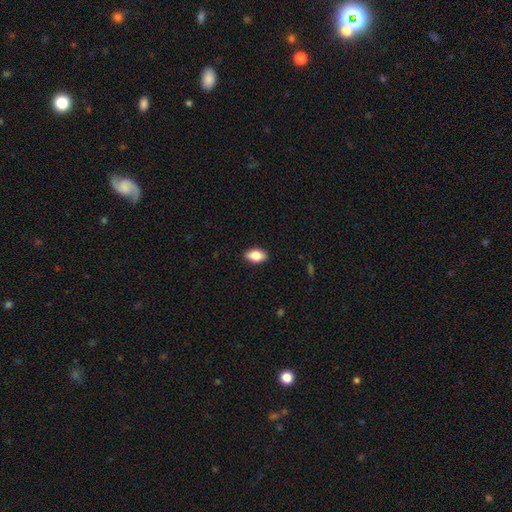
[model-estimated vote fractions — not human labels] This is clearly a smooth galaxy (80%). How rounded: clearly in between (88%). Merging: clearly none (88%).